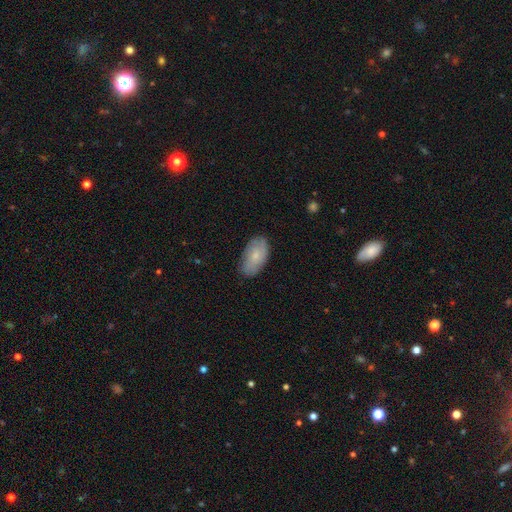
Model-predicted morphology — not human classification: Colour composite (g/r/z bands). It shows a smooth galaxy with no disk features (65%) that is in between round and cigar-shaped (93%). Merging: none (78%).